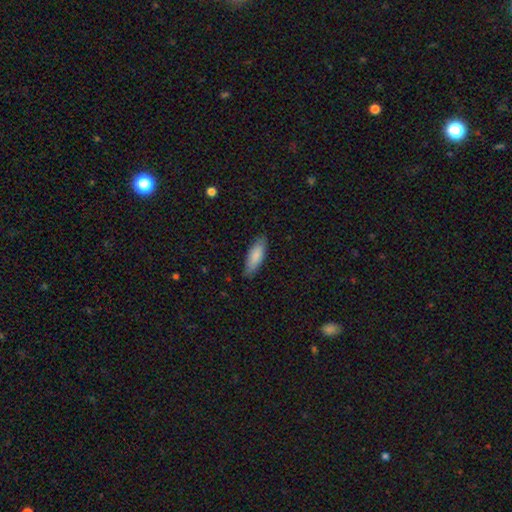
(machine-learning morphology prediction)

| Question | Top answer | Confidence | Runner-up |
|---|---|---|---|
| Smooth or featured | smooth | 85% | featured or disk (10%) |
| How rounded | in between | 64% | cigar-shaped (35%) |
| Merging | none | 83% | minor disturbance (14%) |